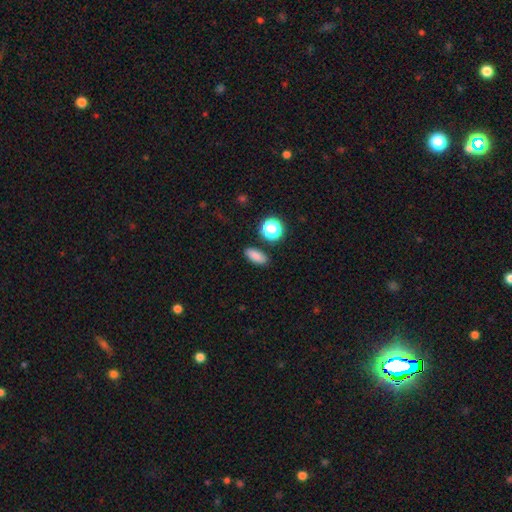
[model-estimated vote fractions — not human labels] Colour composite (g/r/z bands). It shows a smooth galaxy with no disk features (83%) that is in between round and cigar-shaped (77%). Merging: none (85%).